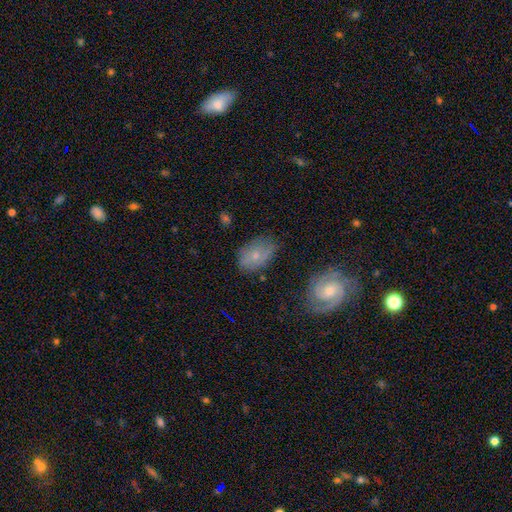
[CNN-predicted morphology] type=smooth (55%); roundness=in between (85%); merging=none (70%).